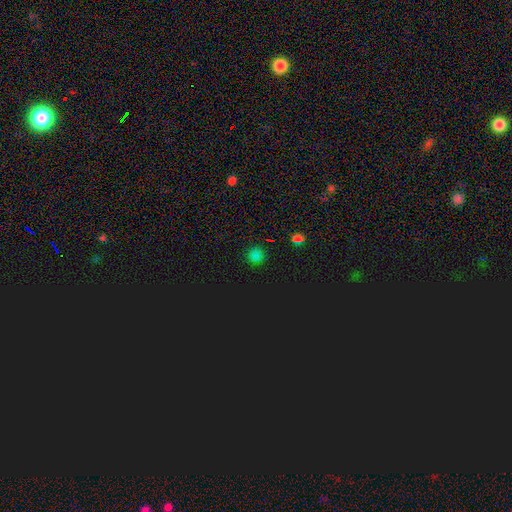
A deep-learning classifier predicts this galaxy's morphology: Overall: smooth (71%). How rounded: round (93%). Merging: none (90%).